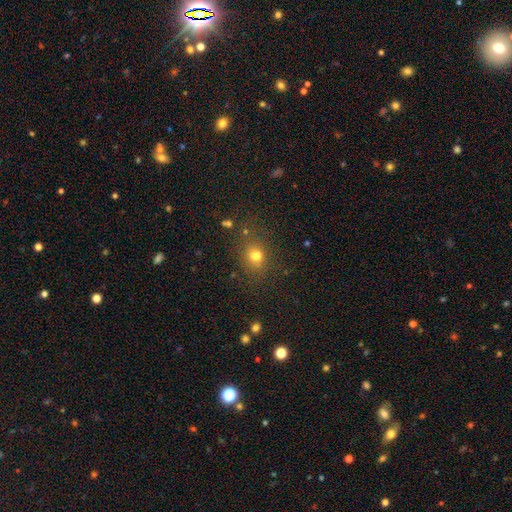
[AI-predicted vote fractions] Overall: smooth (74%). How rounded: round (66%; in between 33%). Merging: none (74%).